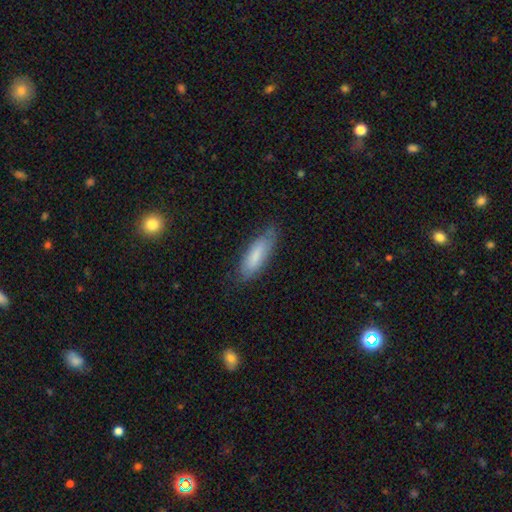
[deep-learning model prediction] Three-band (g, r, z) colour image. It shows a smooth galaxy with no disk features (79%) that is in between round and cigar-shaped (59%). Merging: none (73%).